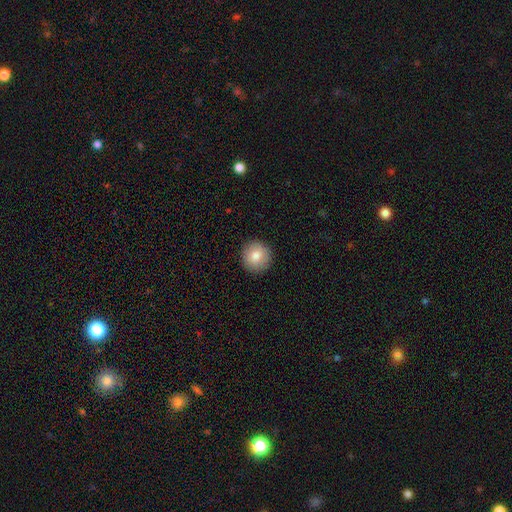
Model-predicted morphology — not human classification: Smooth or featured? Predicted: smooth (p=0.83). How rounded? Predicted: round (p=0.95). Merging? Predicted: none (p=0.92).